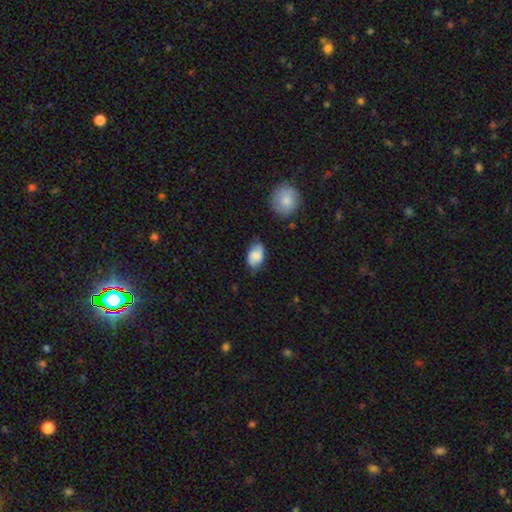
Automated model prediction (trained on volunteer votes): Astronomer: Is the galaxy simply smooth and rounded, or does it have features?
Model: smooth — 63%.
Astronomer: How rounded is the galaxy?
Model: in between — 88%.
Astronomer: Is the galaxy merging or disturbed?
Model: none — 68%.